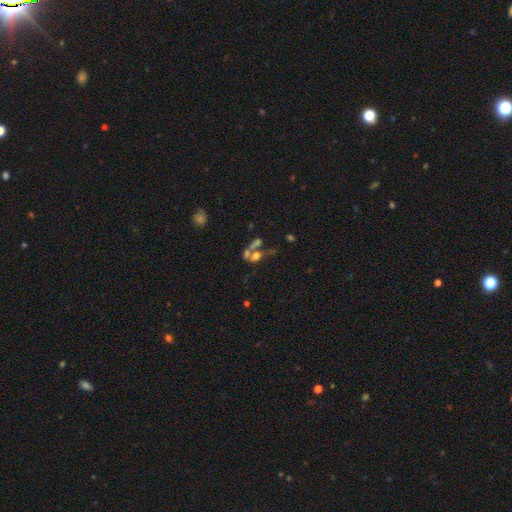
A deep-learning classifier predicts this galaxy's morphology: smooth_or_featured: smooth (p=0.45) [alt: featured or disk p=0.38]
merging: merger (p=0.57) [alt: none p=0.21]